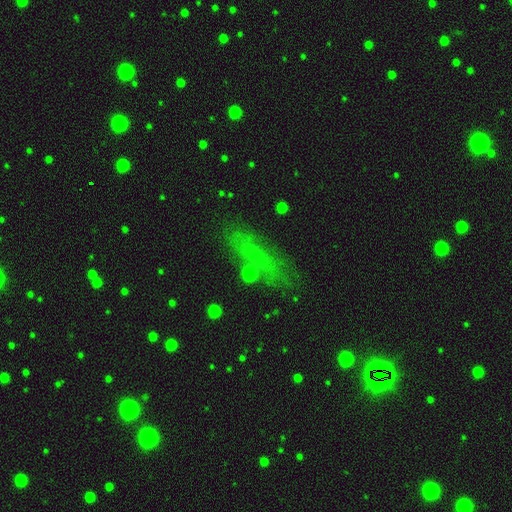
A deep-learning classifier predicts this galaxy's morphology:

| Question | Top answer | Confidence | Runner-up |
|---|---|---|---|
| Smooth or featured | smooth | 52% | star or artifact (26%) |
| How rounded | cigar-shaped | 50% | in between (42%) |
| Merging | none | 71% | minor disturbance (17%) |